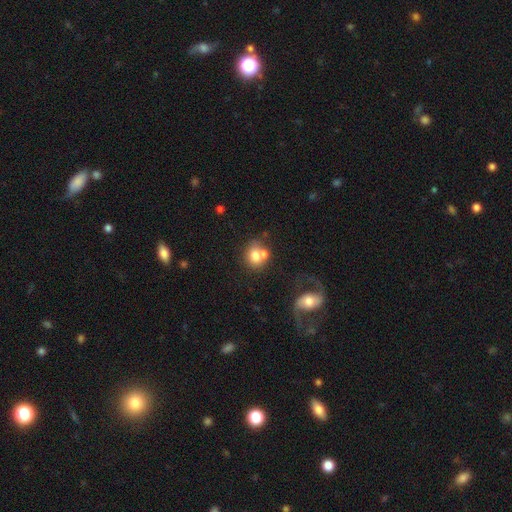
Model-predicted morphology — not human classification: Q: Smooth or featured?
A: smooth (70%); runner-up: featured or disk (20%)
Q: How rounded?
A: round (68%); runner-up: in between (31%)
Q: Merging?
A: merger (46%); runner-up: none (37%)